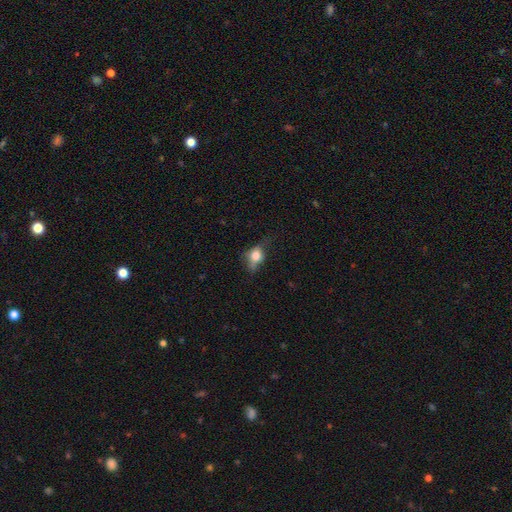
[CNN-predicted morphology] Smooth or featured? smooth (64%)
How rounded? in between (62%)
Merging? none (44%)